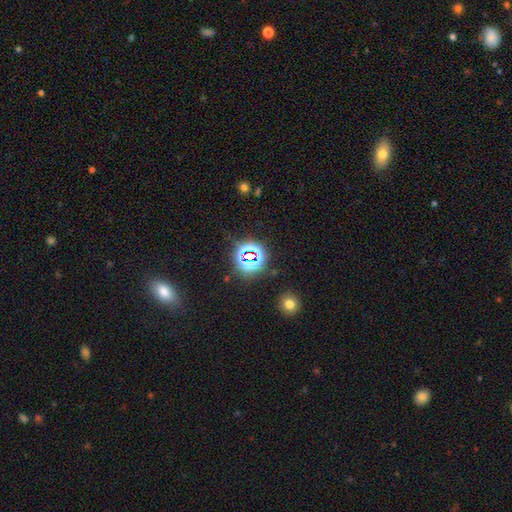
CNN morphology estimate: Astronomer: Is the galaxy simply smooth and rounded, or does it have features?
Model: star or artifact — 74%.